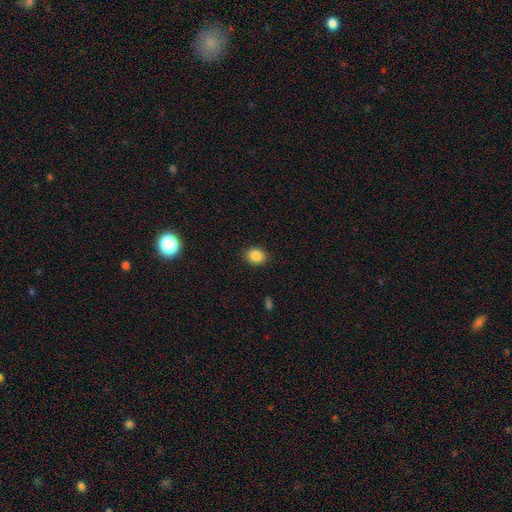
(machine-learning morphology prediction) Smooth or featured?
  - smooth: 86% *
  - star or artifact: 9%
  - featured or disk: 4%
How rounded?
  - round: 53% *
  - in between: 46%
  - cigar-shaped: 1%
Merging?
  - none: 90% *
  - minor disturbance: 7%
  - major disturbance: 2%
  - merger: 1%